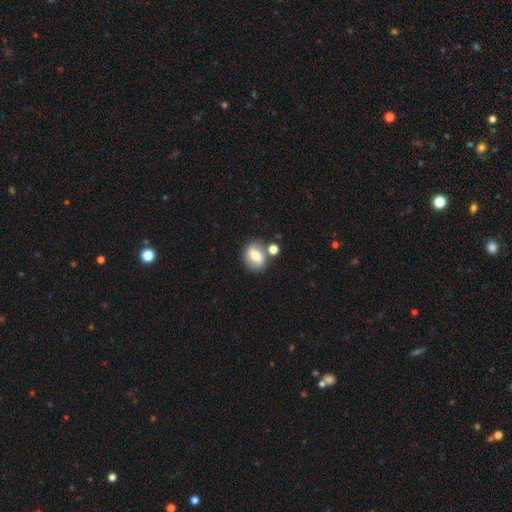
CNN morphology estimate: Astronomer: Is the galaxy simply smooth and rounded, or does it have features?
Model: smooth — 64%.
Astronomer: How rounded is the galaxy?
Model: in between — 59% (runner-up: round, 39%).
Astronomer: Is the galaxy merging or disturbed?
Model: none — 61%.